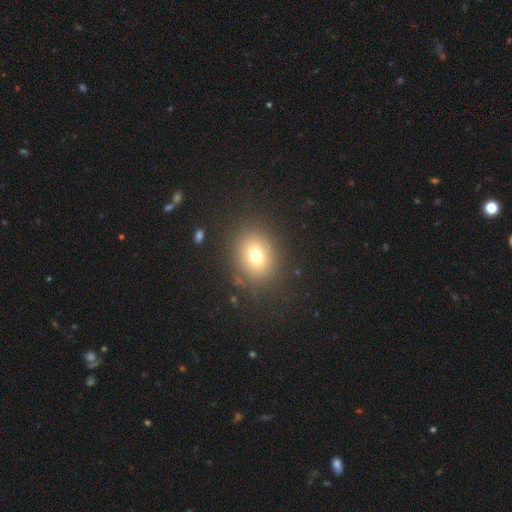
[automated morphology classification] smooth-or-featured: smooth: 73% | star or artifact: 15% | featured or disk: 12%
  how-rounded: round: 57% | in between: 42% | cigar-shaped: 1%
  merging: none: 84% | minor disturbance: 9% | major disturbance: 5% | merger: 2%